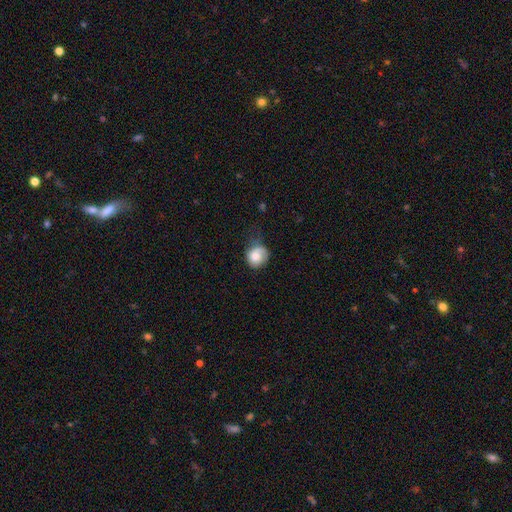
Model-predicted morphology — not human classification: Smooth or featured: smooth — 70% (featured or disk — 22%)
How rounded: round — 75% (in between — 24%)
Merging: none — 40% (minor disturbance — 36%)